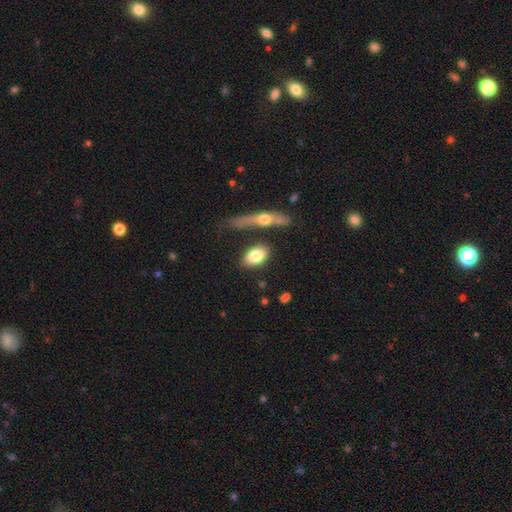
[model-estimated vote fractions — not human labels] This appears to be a smooth galaxy with no disk features (79%) that is in between round and cigar-shaped (83%). Merging: none (69%).